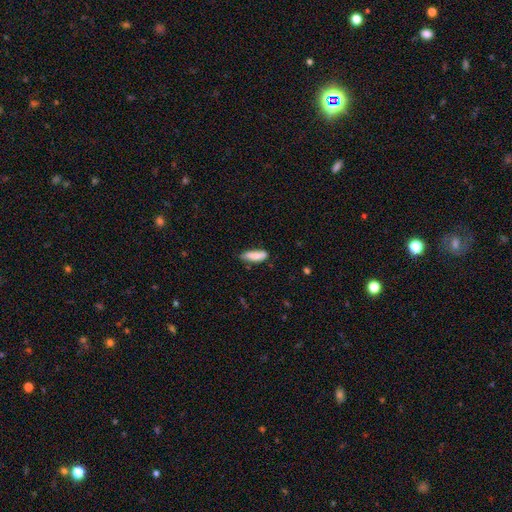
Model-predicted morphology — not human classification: A smooth galaxy with no disk features (84%) that is cigar-shaped (51%).

Vote fractions:
- Smooth or featured? smooth: 84% / featured or disk: 9% / star or artifact: 6%
- How rounded? cigar-shaped: 51% / in between: 47% / round: 2%
- Merging? none: 66% / minor disturbance: 26% / major disturbance: 5% / merger: 3%